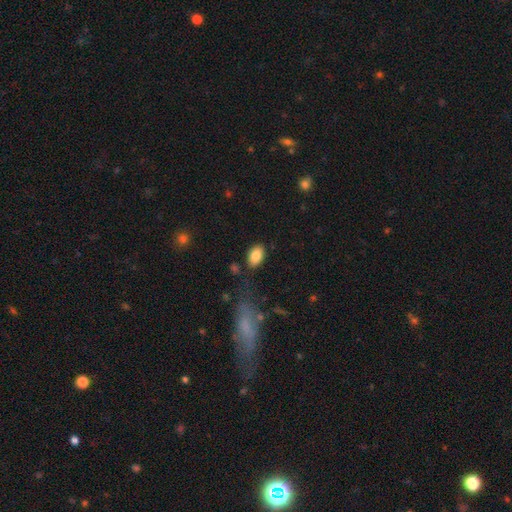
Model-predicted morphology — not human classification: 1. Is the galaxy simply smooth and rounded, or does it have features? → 86% smooth, 8% star or artifact, 6% featured or disk.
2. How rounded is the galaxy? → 90% in between, 8% round, 1% cigar-shaped.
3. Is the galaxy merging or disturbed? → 83% none, 11% minor disturbance, 3% major disturbance, 3% merger.